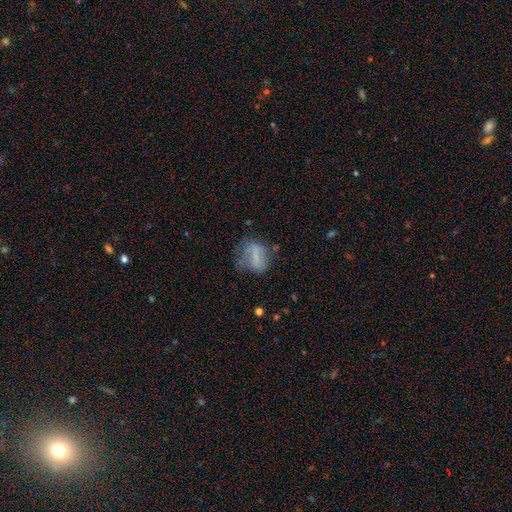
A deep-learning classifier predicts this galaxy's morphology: smooth_or_featured: smooth (p=0.53) [alt: featured or disk p=0.36]
how_rounded: in between (p=0.60) [alt: round p=0.33]
merging: none (p=0.45) [alt: minor disturbance p=0.26]